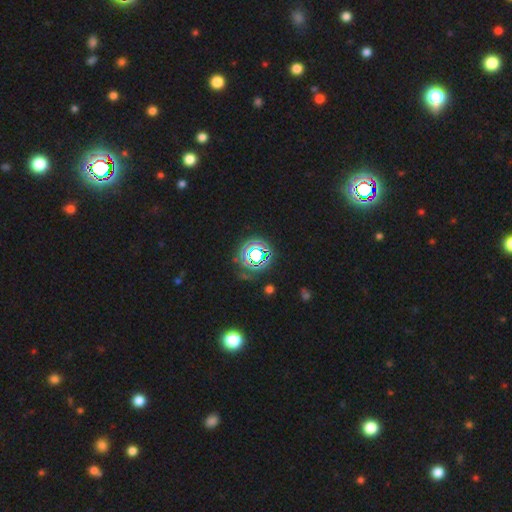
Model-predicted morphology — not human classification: This is likely a star or artifact rather than a galaxy (66%).